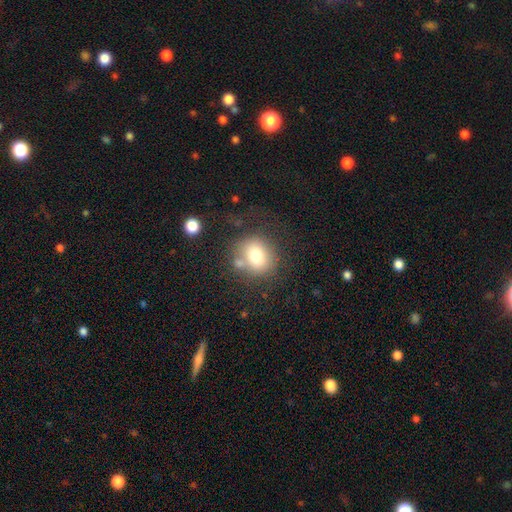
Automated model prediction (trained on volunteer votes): A smooth galaxy with no disk features (73%) that is round (76%). Merging: none (63%).